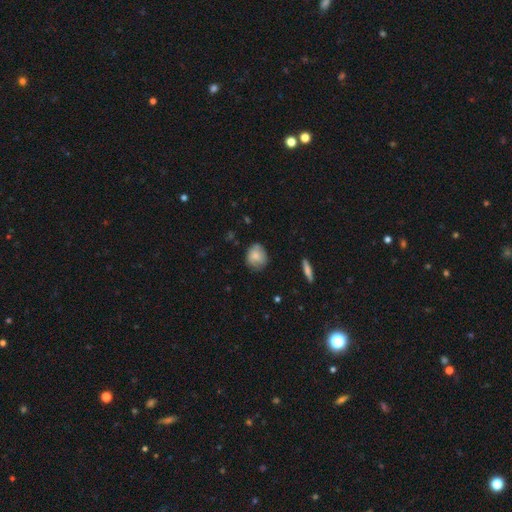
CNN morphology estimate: Overall: smooth (79%). How rounded: round (69%; in between 30%). Merging: none (71%).